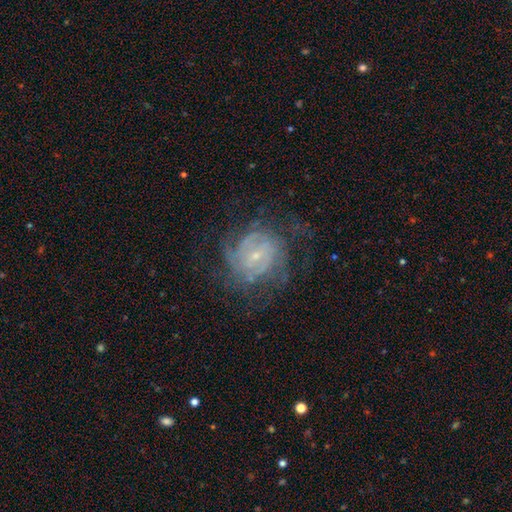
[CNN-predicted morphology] featured or disk 80%, smooth 11%, star or artifact 9%. Down the decision tree: edge-on disk — no (97%); bar — no (48%); spiral arms — yes (91%); spiral arm count — can't tell (42%); spiral winding — tight (59%); bulge size — small (79%); merging — none (66%).